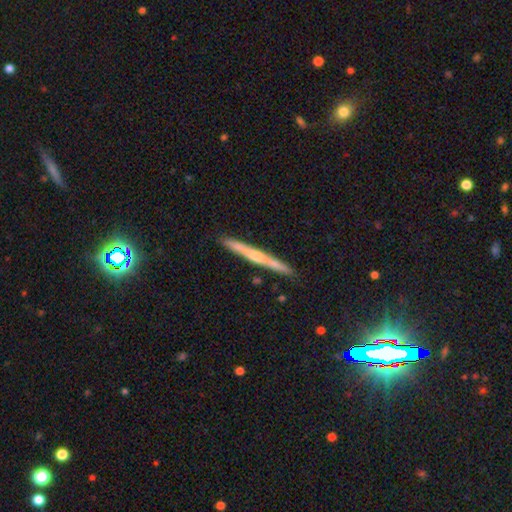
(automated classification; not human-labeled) Smooth or featured? featured or disk (62%)
Edge-on disk? yes (97%)
Edge-on bulge? rounded (59%)
Merging? none (90%)